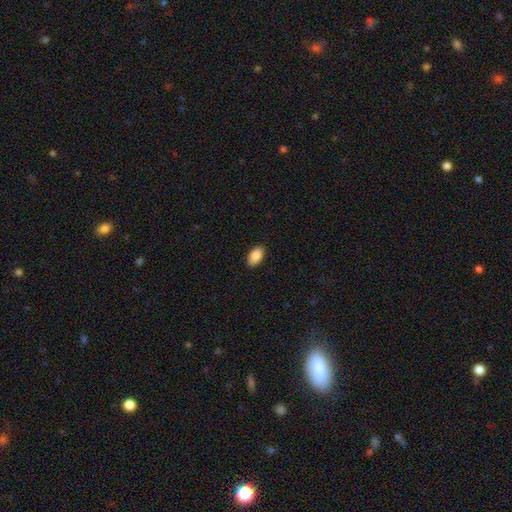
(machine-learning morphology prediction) Smooth or featured?
  - smooth: 88% *
  - star or artifact: 7%
  - featured or disk: 5%
How rounded?
  - in between: 94% *
  - round: 4%
  - cigar-shaped: 2%
Merging?
  - none: 88% *
  - minor disturbance: 9%
  - major disturbance: 2%
  - merger: 1%